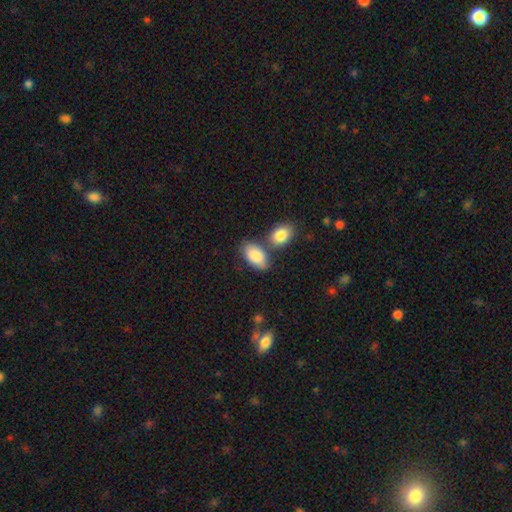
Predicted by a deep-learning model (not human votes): This is clearly a smooth galaxy (87%). How rounded: clearly in between (94%). Merging: possibly none (54%).